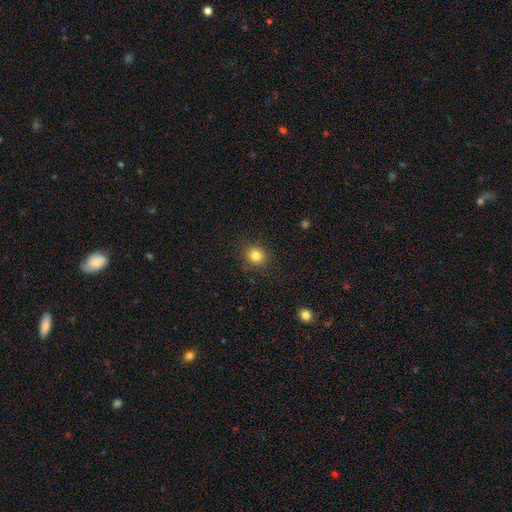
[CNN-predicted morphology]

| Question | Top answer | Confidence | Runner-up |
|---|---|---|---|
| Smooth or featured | smooth | 82% | star or artifact (12%) |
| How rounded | round | 85% | in between (14%) |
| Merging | none | 88% | minor disturbance (9%) |